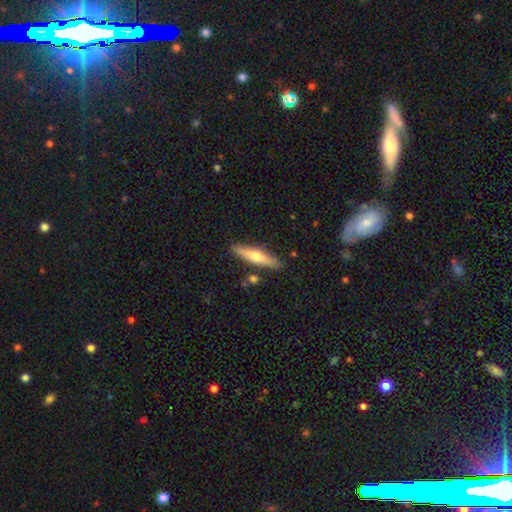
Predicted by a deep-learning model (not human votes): Smooth or featured: smooth — 51% (featured or disk — 43%)
How rounded: cigar-shaped — 80% (in between — 18%)
Merging: none — 85% (minor disturbance — 9%)